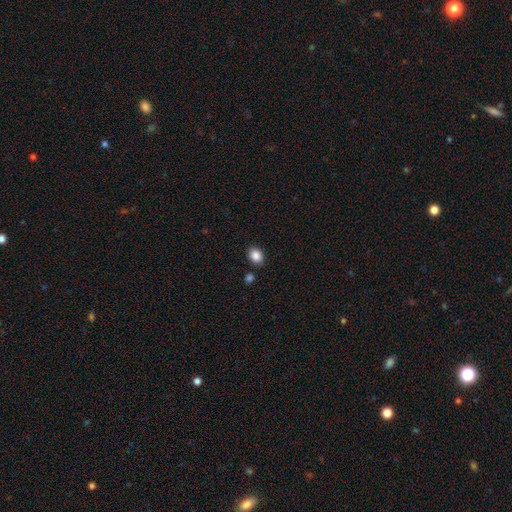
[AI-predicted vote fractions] Smooth or featured? Predicted: smooth (p=0.87). How rounded? Predicted: in between (p=0.69). Merging? Predicted: none (p=0.84).